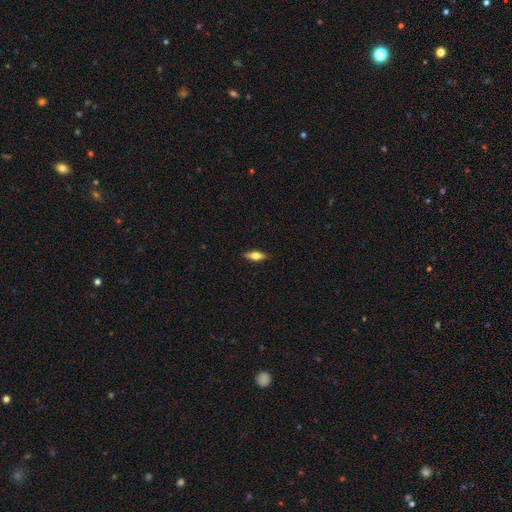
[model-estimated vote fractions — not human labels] A smooth galaxy with no disk features (53%) that is in between round and cigar-shaped (60%). Merging: none (88%).